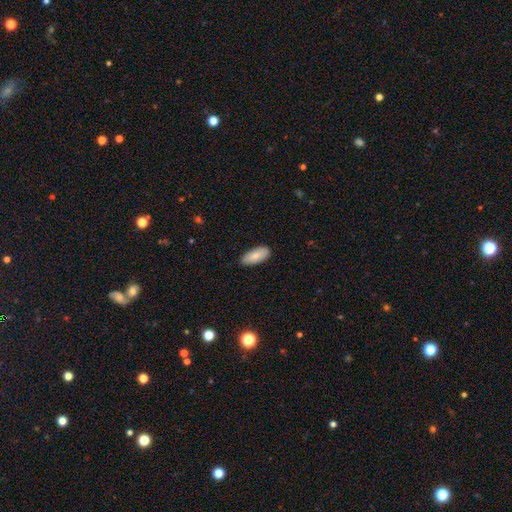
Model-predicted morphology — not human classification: Smooth or featured: smooth — 80% (featured or disk — 14%)
How rounded: in between — 88% (cigar-shaped — 10%)
Merging: none — 88% (minor disturbance — 9%)